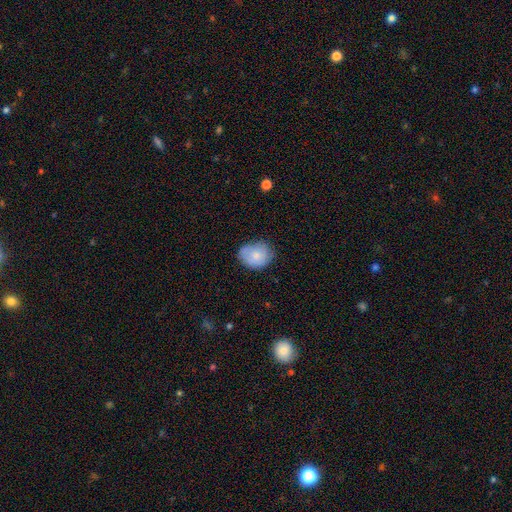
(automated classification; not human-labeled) This is likely a smooth galaxy (71%). How rounded: possibly in between (50%). Merging: likely none (62%).